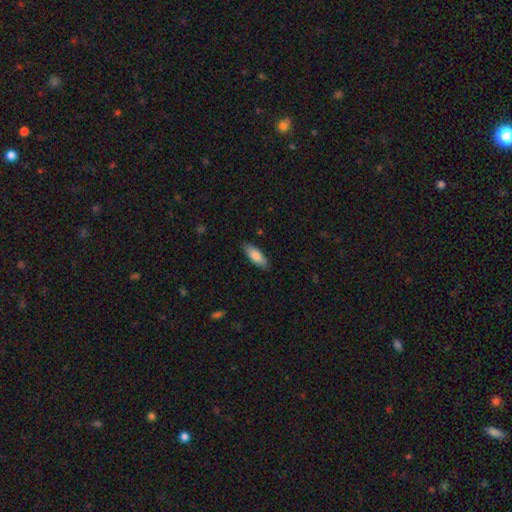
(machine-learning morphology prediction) type=smooth (82%); roundness=in between (68%); merging=none (86%).